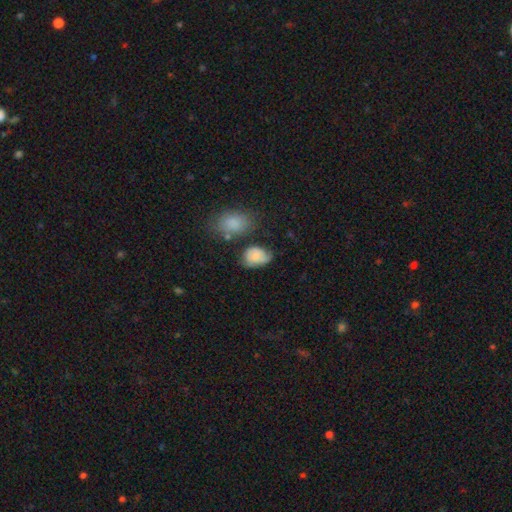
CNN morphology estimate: A smooth galaxy with no disk features (71%) that is in between round and cigar-shaped (73%).

Vote fractions:
- Smooth or featured? smooth: 71% / featured or disk: 21% / star or artifact: 8%
- How rounded? in between: 73% / round: 26% / cigar-shaped: 1%
- Merging? none: 46% / minor disturbance: 34% / major disturbance: 12% / merger: 7%